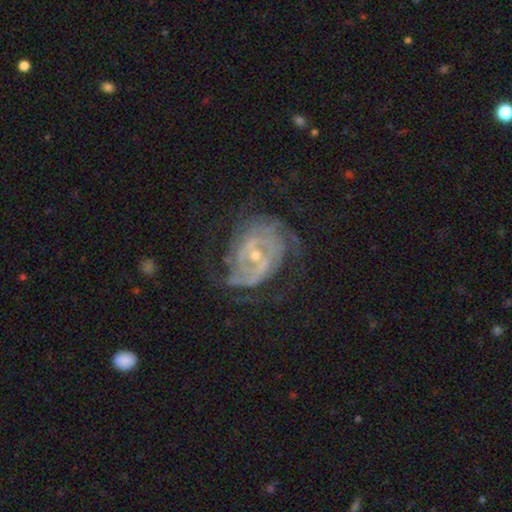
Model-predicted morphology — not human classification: A featured or disk galaxy (88%) with no bar (43%), 2 (32%) tight (64%) spiral arms (95%) and a small central bulge (64%).

Vote fractions:
- Smooth or featured? featured or disk: 88% / star or artifact: 7% / smooth: 6%
- Edge-on disk? no: 97% / yes: 3%
- Bar? no: 43% / weak: 42% / strong: 15%
- Spiral arms? yes: 95% / no: 5%
- Spiral winding? tight: 64% / medium: 28% / loose: 8%
- Spiral arm count? 2: 32% / can't tell: 30% / 3: 16% / 4: 10% / more than 4: 6% / 1: 6%
- Bulge size? small: 64% / moderate: 32% / none: 2% / large: 1% / dominant: 1%
- Merging? none: 66% / minor disturbance: 19% / major disturbance: 13% / merger: 2%